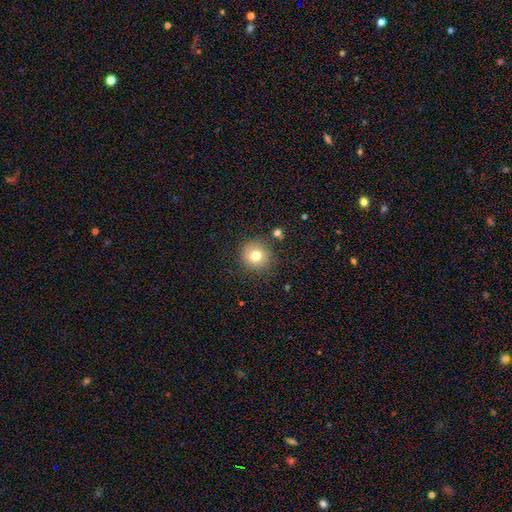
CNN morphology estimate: smooth_or_featured: smooth (p=0.76) [alt: star or artifact p=0.13]
how_rounded: round (p=0.93) [alt: in between p=0.06]
merging: none (p=0.85) [alt: minor disturbance p=0.09]